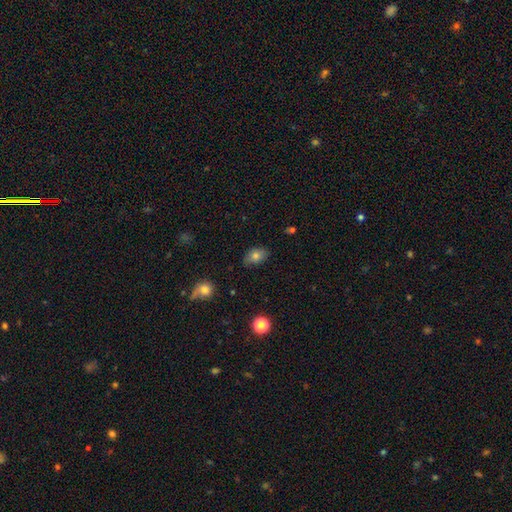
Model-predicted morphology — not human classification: smooth 79%, featured or disk 12%, star or artifact 10%. Down the decision tree: how rounded — in between (81%); merging — none (79%).